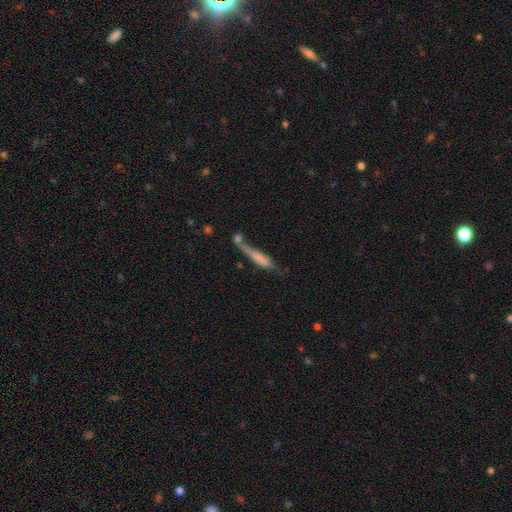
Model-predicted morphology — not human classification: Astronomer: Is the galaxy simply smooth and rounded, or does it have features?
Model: smooth — 51% (runner-up: featured or disk, 39%).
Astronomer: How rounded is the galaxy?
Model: cigar-shaped — 86%.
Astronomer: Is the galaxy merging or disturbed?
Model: none — 33% (runner-up: merger, 30%).